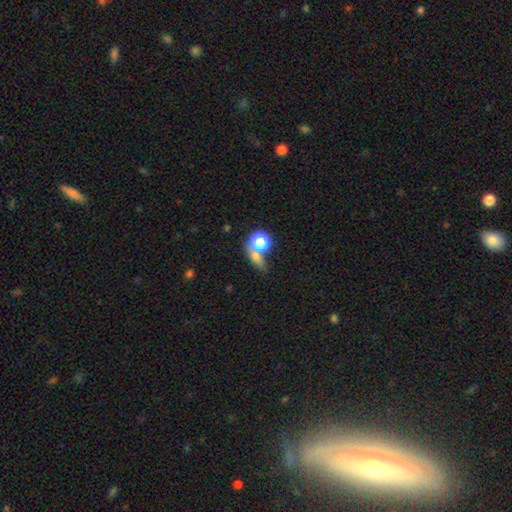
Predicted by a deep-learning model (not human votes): smooth-or-featured: smooth: 63% | star or artifact: 22% | featured or disk: 15%
  how-rounded: round: 46% | in between: 41% | cigar-shaped: 13%
  merging: none: 45% | merger: 34% | minor disturbance: 12% | major disturbance: 9%